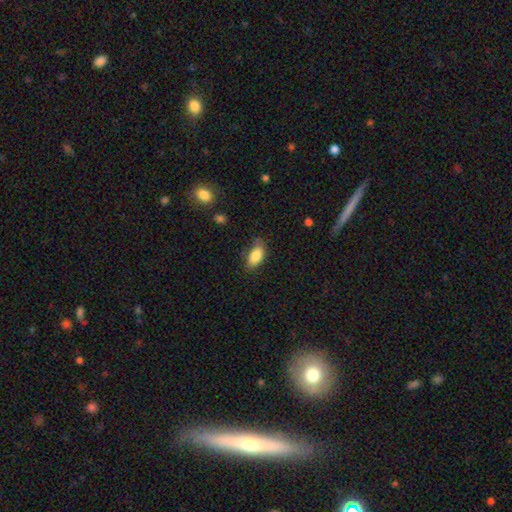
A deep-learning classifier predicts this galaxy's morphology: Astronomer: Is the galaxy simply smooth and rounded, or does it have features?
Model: smooth — 85%.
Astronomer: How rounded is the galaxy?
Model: in between — 90%.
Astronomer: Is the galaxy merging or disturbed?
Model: none — 66%.